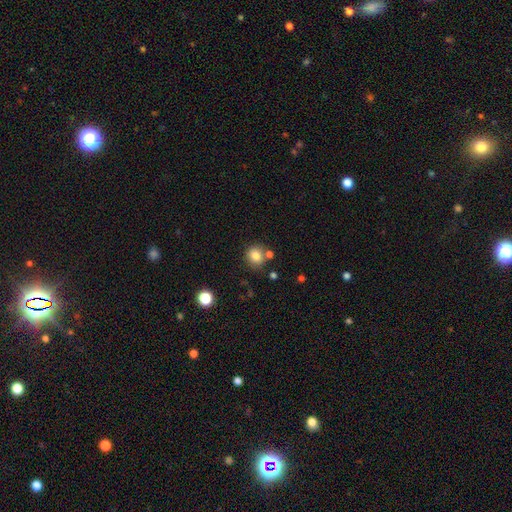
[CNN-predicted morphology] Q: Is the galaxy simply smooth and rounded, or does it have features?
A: smooth — 81%.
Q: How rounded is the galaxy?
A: round — 81%.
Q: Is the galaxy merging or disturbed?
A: none — 71%.